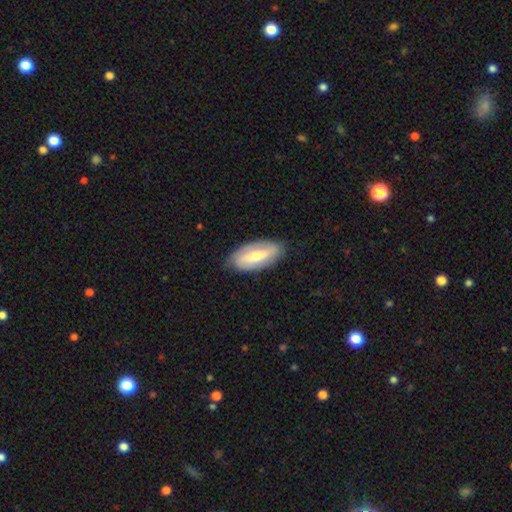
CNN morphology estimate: featured or disk 55%, smooth 40%, star or artifact 5%. Down the decision tree: edge-on disk — no (85%); merging — none (80%).